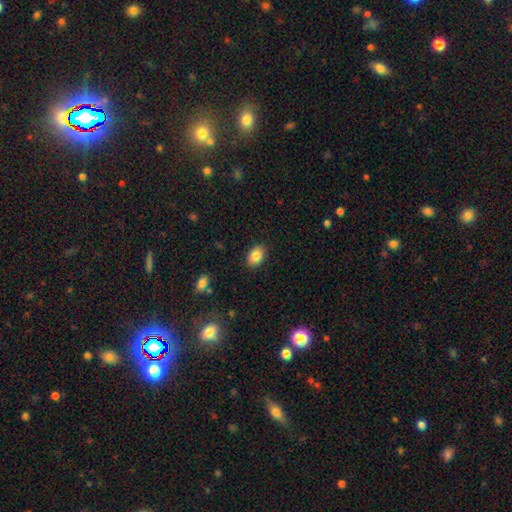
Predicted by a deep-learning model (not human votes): This is clearly a smooth galaxy (85%). How rounded: likely in between (79%). Merging: clearly none (88%).